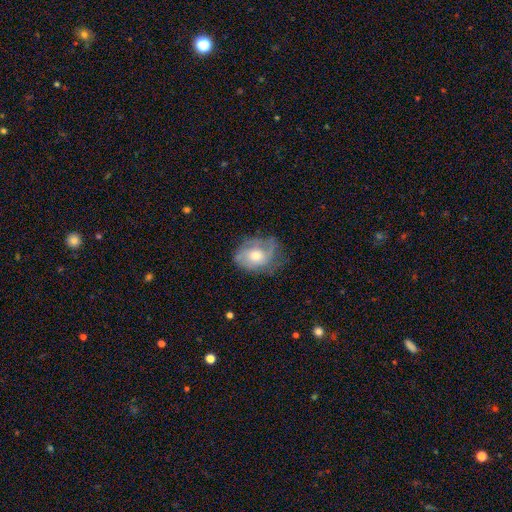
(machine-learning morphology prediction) Smooth or featured? Predicted: featured or disk (p=0.53). Edge-on disk? Predicted: no (p=0.96). Bar? Predicted: no (p=0.80). Spiral arms? Predicted: yes (p=0.67). Bulge size? Predicted: moderate (p=0.66). Merging? Predicted: none (p=0.54).